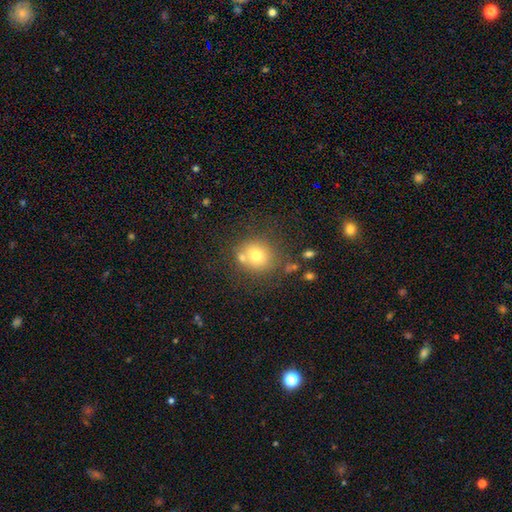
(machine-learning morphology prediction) Overall: smooth (71%). How rounded: round (85%). Merging: none (68%).